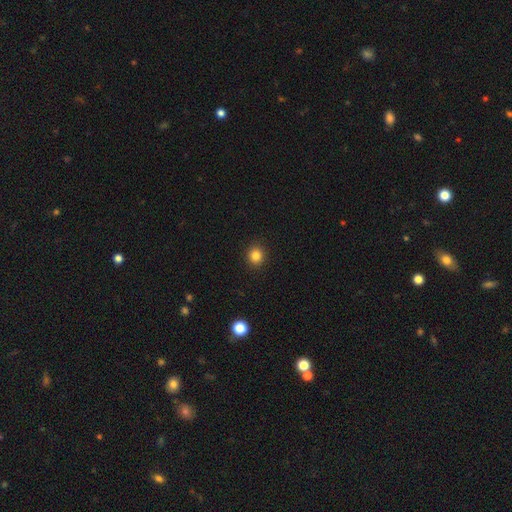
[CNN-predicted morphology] smooth 83%, star or artifact 12%, featured or disk 5%. Down the decision tree: how rounded — round (87%); merging — none (92%).